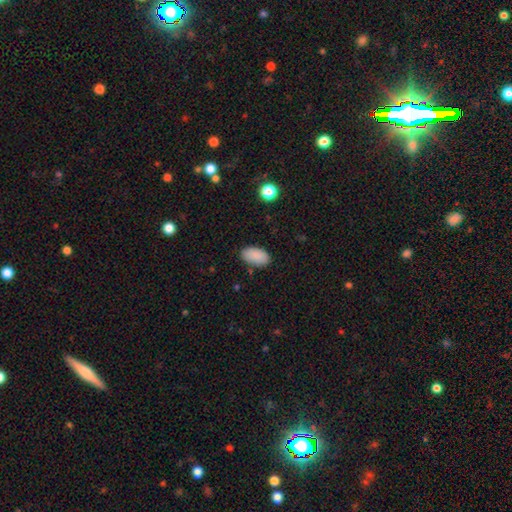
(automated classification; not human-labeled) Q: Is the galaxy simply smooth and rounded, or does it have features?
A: smooth — 89%.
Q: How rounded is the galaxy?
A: in between — 95%.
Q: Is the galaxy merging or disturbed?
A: none — 83%.